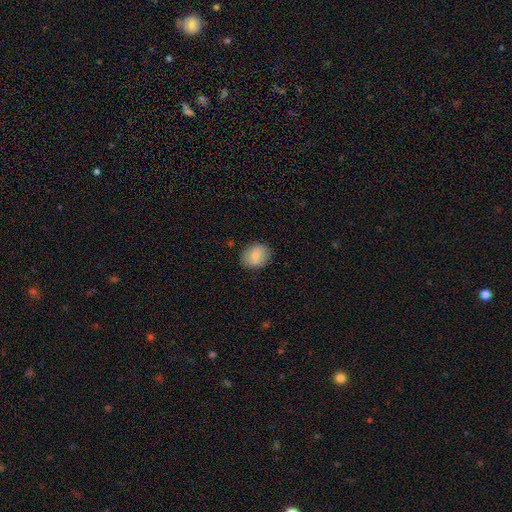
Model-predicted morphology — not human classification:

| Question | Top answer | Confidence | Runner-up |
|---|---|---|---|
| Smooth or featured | smooth | 78% | featured or disk (15%) |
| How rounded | in between | 50% | round (49%) |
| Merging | none | 85% | minor disturbance (11%) |